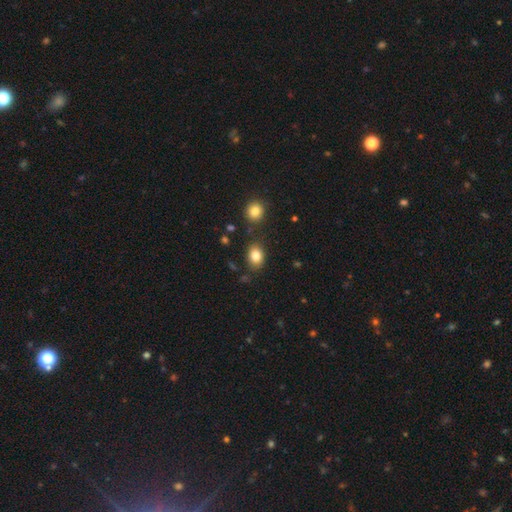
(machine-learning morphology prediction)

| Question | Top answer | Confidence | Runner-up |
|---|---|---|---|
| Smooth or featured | smooth | 83% | star or artifact (10%) |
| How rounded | in between | 67% | round (32%) |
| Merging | none | 80% | minor disturbance (12%) |